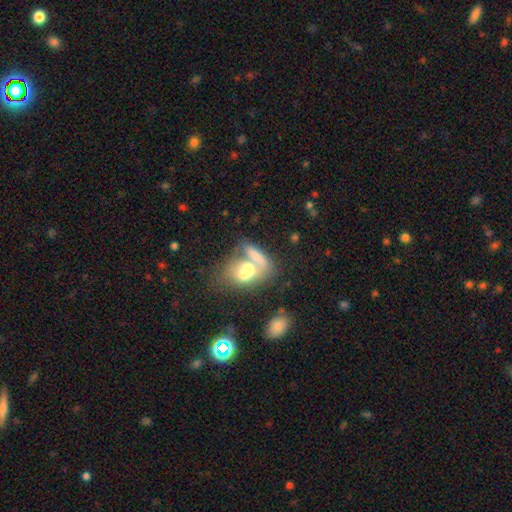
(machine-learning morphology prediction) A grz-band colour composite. It shows a smooth galaxy with no disk features (63%) that is in between round and cigar-shaped (67%). Merging: merger (64%).